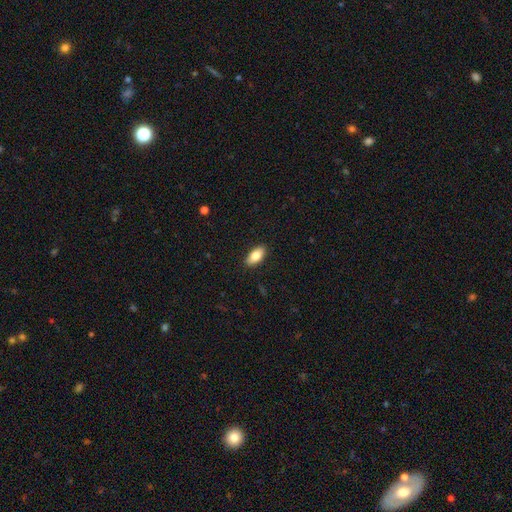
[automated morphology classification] Smooth or featured?
  - smooth: 81% *
  - featured or disk: 12%
  - star or artifact: 7%
How rounded?
  - in between: 89% *
  - cigar-shaped: 9%
  - round: 3%
Merging?
  - none: 89% *
  - minor disturbance: 8%
  - major disturbance: 2%
  - merger: 1%